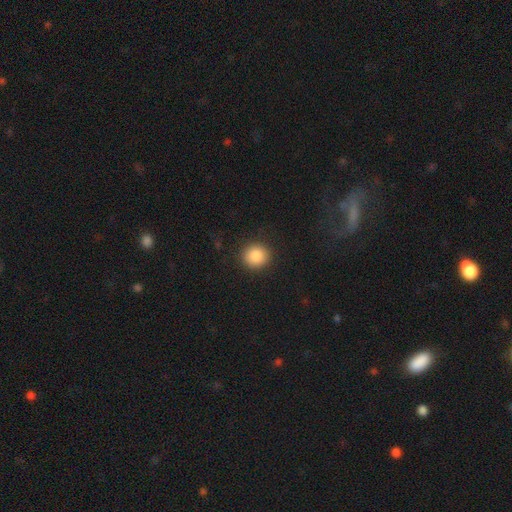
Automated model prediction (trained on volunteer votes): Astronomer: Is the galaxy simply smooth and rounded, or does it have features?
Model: smooth — 87%.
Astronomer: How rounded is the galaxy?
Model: round — 90%.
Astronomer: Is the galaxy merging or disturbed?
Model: none — 91%.